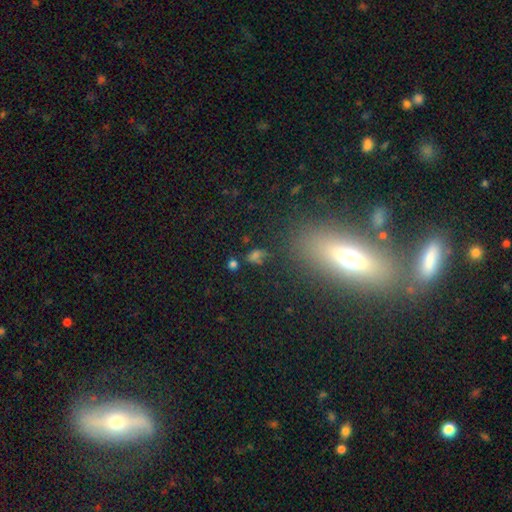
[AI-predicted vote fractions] A smooth galaxy with no disk features (49%). Merging: none (65%).